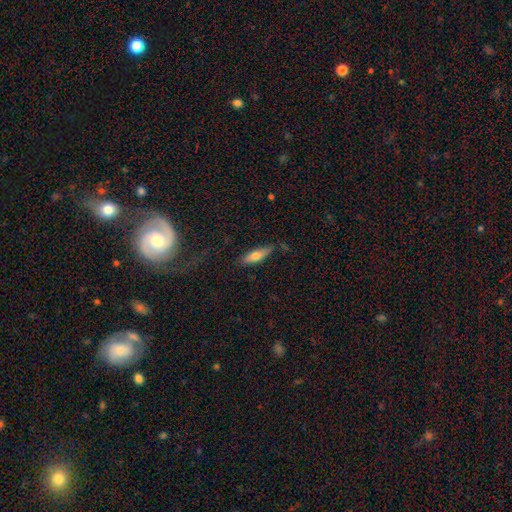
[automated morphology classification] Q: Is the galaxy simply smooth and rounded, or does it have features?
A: smooth — 64%.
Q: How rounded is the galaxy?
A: cigar-shaped — 57%.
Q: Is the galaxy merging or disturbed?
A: none — 79%.